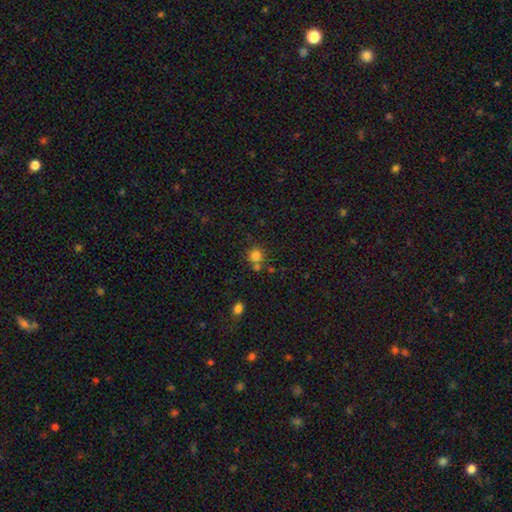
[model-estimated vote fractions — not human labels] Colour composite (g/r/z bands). It shows a smooth galaxy with no disk features (80%) that is round (89%). Merging: none (64%).